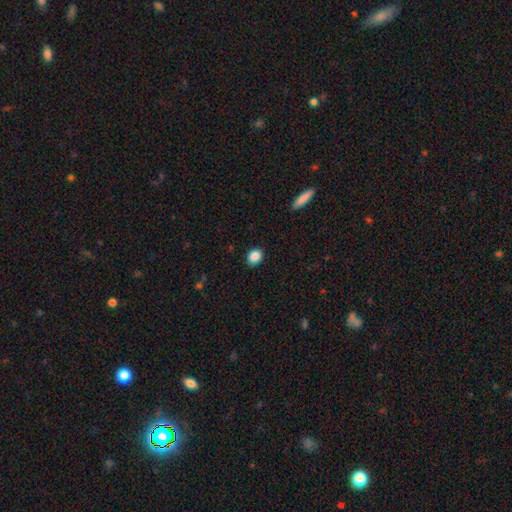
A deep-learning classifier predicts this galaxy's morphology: smooth 87%, star or artifact 9%, featured or disk 4%. Down the decision tree: how rounded — round (52%); merging — none (88%).